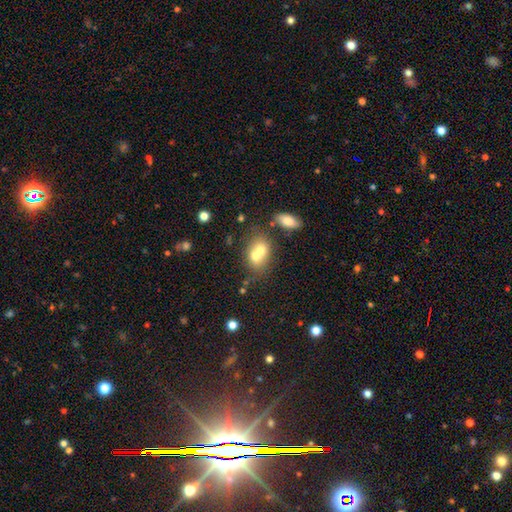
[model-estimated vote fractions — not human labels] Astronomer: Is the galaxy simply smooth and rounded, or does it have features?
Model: smooth — 65%.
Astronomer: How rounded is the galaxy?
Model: in between — 52% (runner-up: round, 47%).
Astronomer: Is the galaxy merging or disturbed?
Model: merger — 65%.